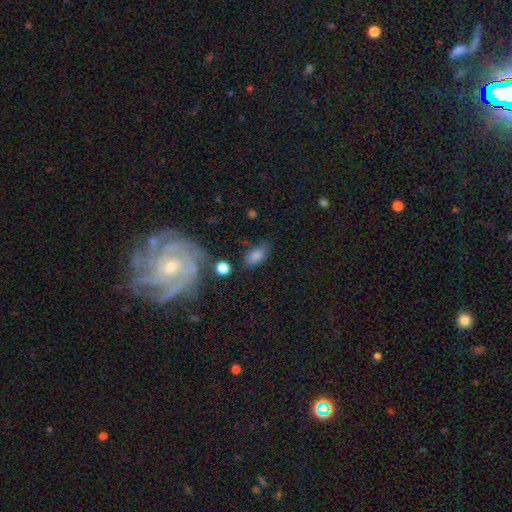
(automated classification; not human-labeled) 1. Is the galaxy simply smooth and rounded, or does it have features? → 80% smooth, 11% featured or disk, 9% star or artifact.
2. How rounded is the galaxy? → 89% in between, 7% round, 5% cigar-shaped.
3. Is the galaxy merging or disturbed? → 62% none, 23% minor disturbance, 8% major disturbance, 7% merger.